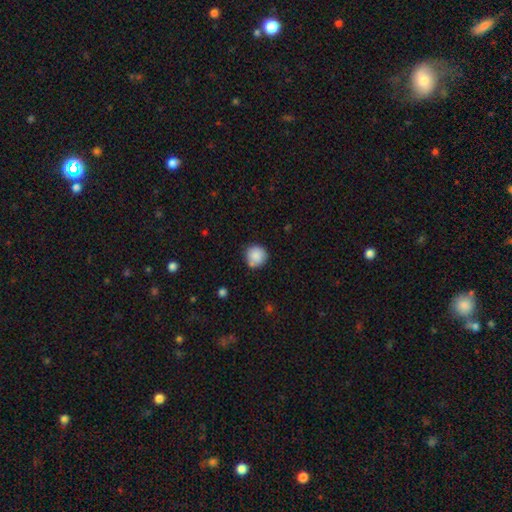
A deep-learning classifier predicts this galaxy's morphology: Q: Smooth or featured?
A: smooth (87%); runner-up: star or artifact (8%)
Q: How rounded?
A: round (94%); runner-up: in between (5%)
Q: Merging?
A: none (79%); runner-up: minor disturbance (12%)